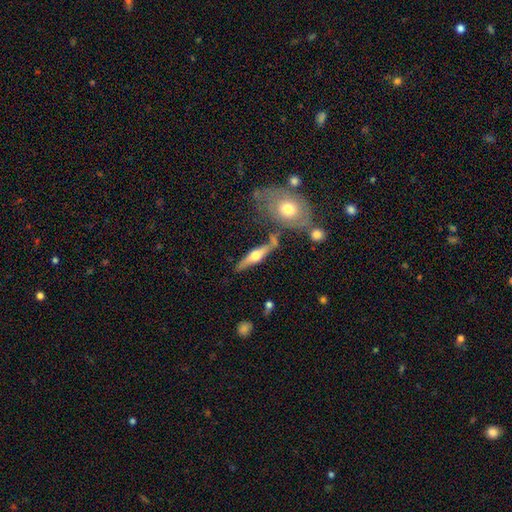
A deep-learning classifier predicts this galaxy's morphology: Overall: featured or disk (66%; smooth 29%). Edge-on disk: yes (93%). Edge-on bulge: rounded (95%). Merging: none (72%).